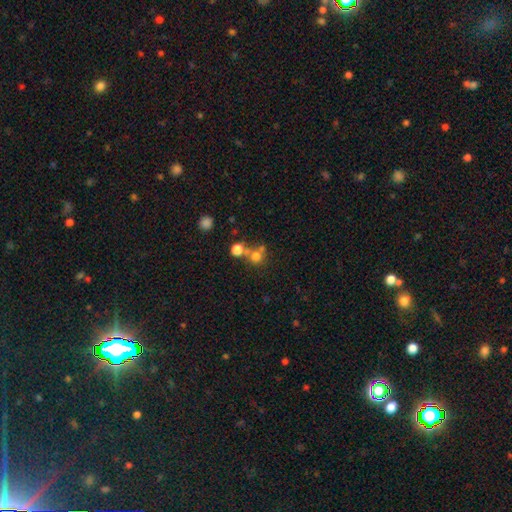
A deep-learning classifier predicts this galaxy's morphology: Overall: smooth (68%). How rounded: round (86%). Merging: none (49%; merger 39%).